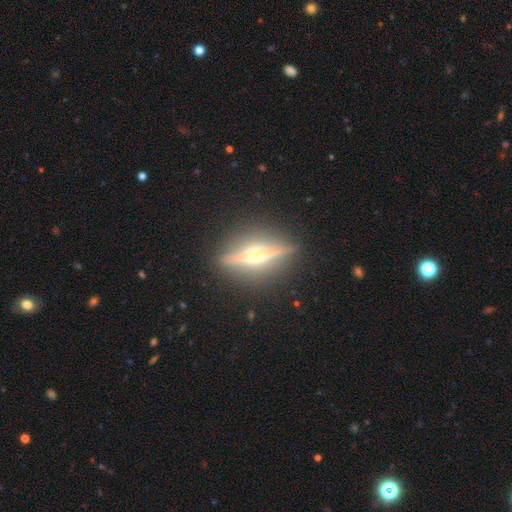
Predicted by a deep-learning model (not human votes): A featured or disk galaxy (81%) viewed edge-on (94%) with a rounded central bulge (84%).

Vote fractions:
- Smooth or featured? featured or disk: 81% / smooth: 12% / star or artifact: 8%
- Edge-on disk? yes: 94% / no: 6%
- Edge-on bulge? rounded: 84% / none: 9% / boxy: 7%
- Merging? none: 87% / minor disturbance: 9% / major disturbance: 3% / merger: 1%